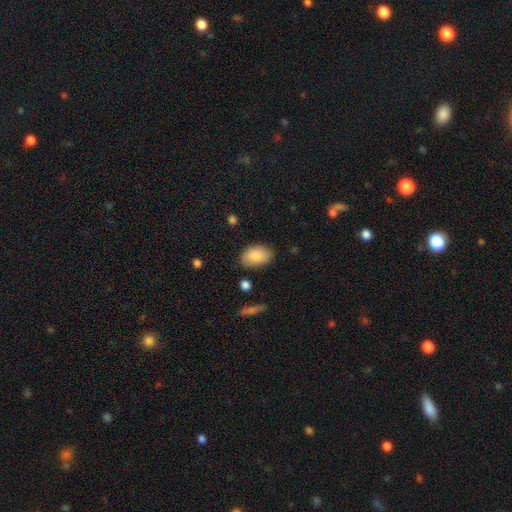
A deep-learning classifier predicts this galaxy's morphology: smooth 86%, featured or disk 7%, star or artifact 6%. Down the decision tree: how rounded — in between (91%); merging — none (80%).